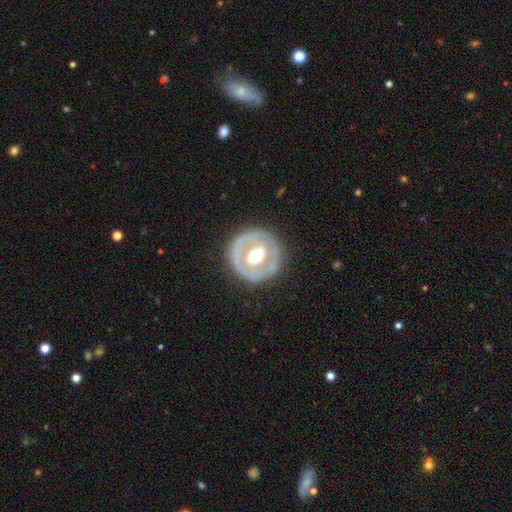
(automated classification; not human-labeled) Morphology: type=featured or disk (67%); edge-on=no (95%); bar=no (48%); spiral arms=no (76%); bulge=moderate (70%); merging=none (78%).